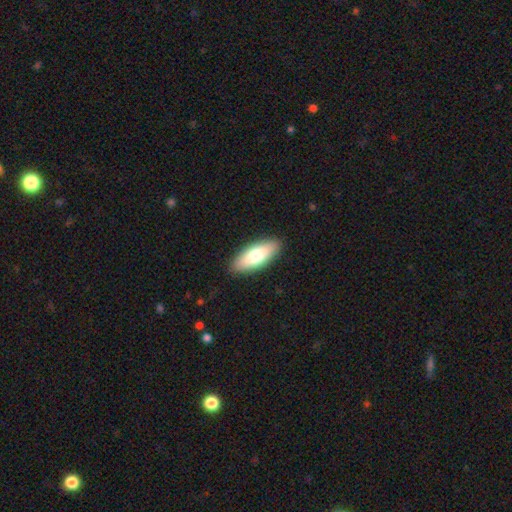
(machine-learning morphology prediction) A smooth galaxy with no disk features (76%) that is in between round and cigar-shaped (74%).

Vote fractions:
- Smooth or featured? smooth: 76% / featured or disk: 19% / star or artifact: 5%
- How rounded? in between: 74% / cigar-shaped: 24% / round: 2%
- Merging? none: 89% / minor disturbance: 8% / major disturbance: 2% / merger: 1%